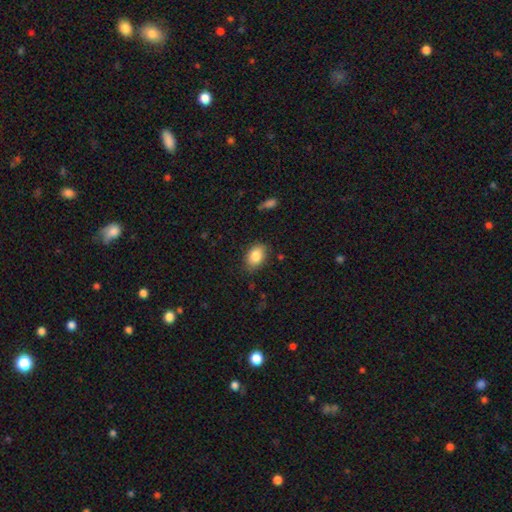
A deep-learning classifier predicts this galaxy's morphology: The model was most divided on "how rounded": in between: 81%, round: 18%, cigar-shaped: 1%. More confident: smooth or featured — smooth (83%); merging — none (81%).